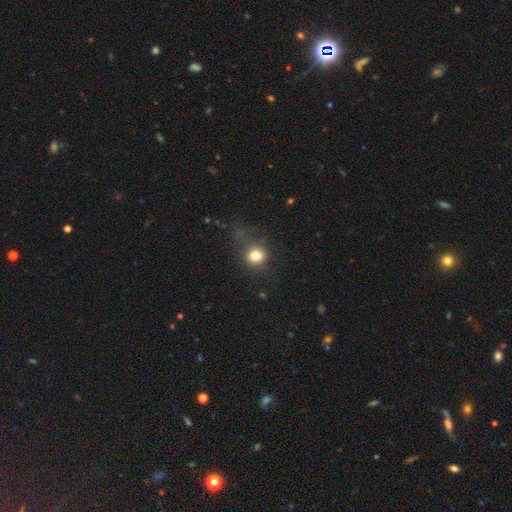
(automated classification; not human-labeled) A smooth galaxy with no disk features (79%) that is round (85%).

Vote fractions:
- Smooth or featured? smooth: 79% / star or artifact: 13% / featured or disk: 8%
- How rounded? round: 85% / in between: 14% / cigar-shaped: 1%
- Merging? none: 69% / minor disturbance: 17% / major disturbance: 11% / merger: 2%